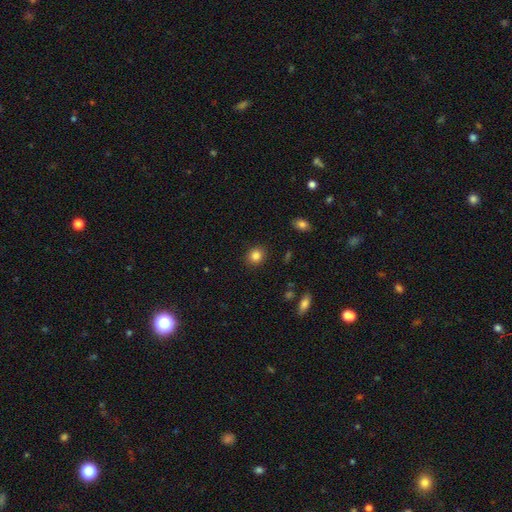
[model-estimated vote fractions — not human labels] Smooth or featured? smooth (85%)
How rounded? round (78%)
Merging? none (89%)